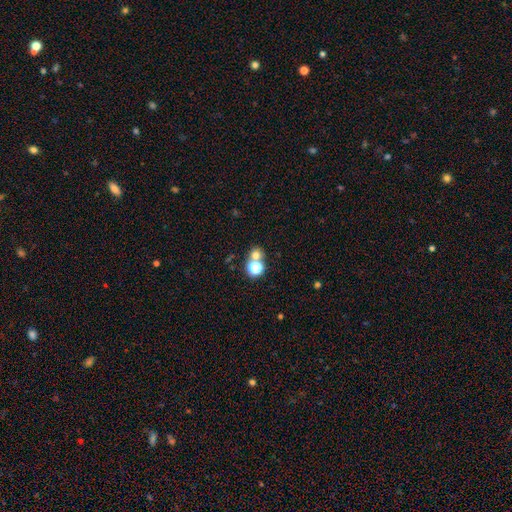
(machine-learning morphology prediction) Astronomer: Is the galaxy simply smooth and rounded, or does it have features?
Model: smooth — 66%.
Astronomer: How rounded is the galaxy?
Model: round — 84%.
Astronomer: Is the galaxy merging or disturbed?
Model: none — 55% (runner-up: merger, 35%).